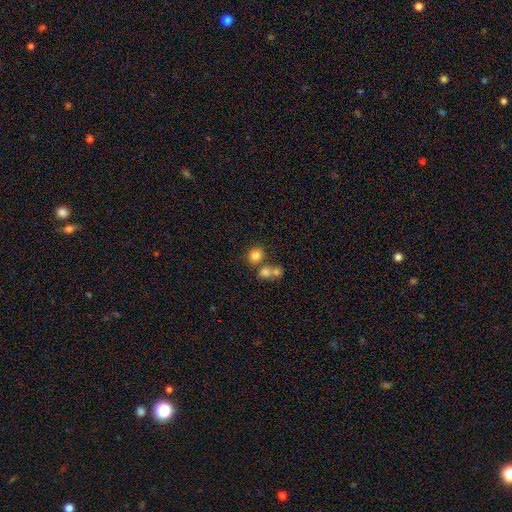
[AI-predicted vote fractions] Q: Smooth or featured?
A: smooth (81%); runner-up: star or artifact (12%)
Q: How rounded?
A: round (77%); runner-up: in between (22%)
Q: Merging?
A: none (62%); runner-up: merger (26%)